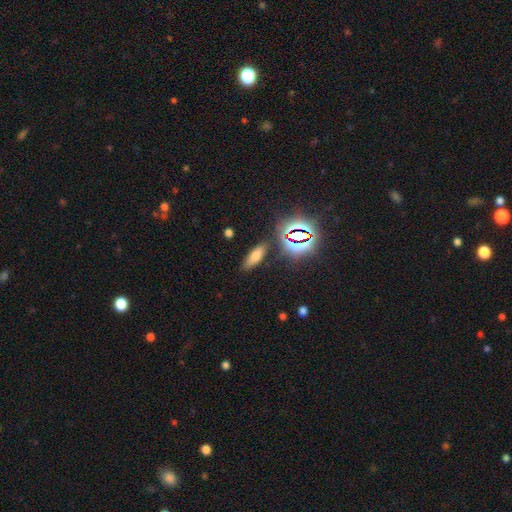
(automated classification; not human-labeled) smooth_or_featured: smooth (p=0.64) [alt: star or artifact p=0.24]
how_rounded: in between (p=0.62) [alt: cigar-shaped p=0.32]
merging: none (p=0.83) [alt: minor disturbance p=0.10]